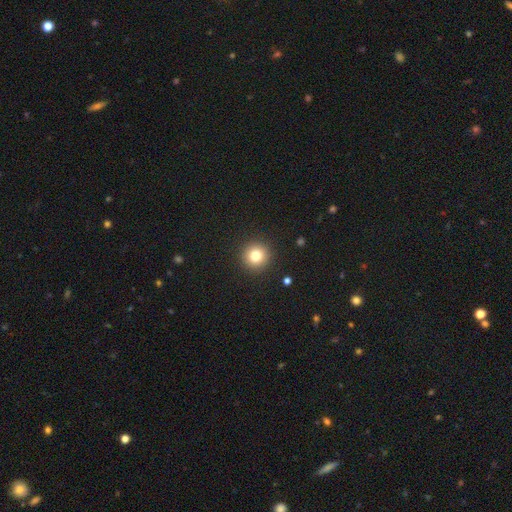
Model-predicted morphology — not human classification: Smooth or featured? smooth (81%)
How rounded? round (95%)
Merging? none (92%)